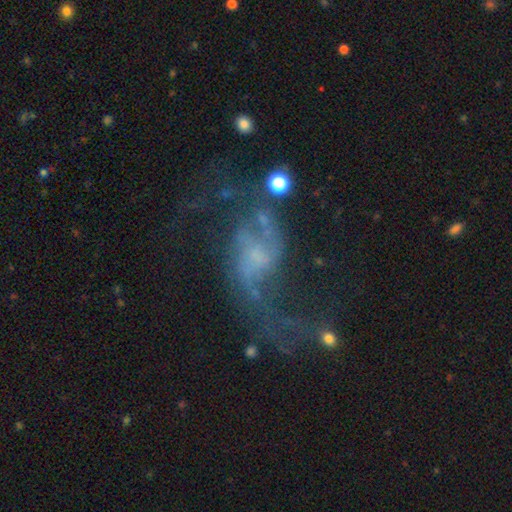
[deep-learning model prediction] A featured or disk galaxy (83%) with no bar (49%), 2 (89%) loose (78%) spiral arms (93%) and a small central bulge (50%). Merging: none (53%).